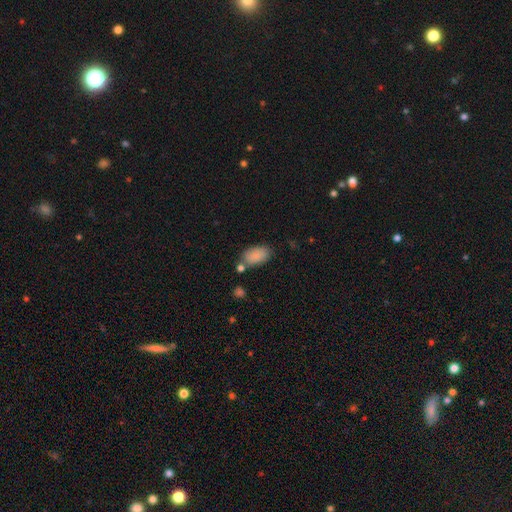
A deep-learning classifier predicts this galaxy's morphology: smooth_or_featured: smooth (p=0.87) [alt: star or artifact p=0.07]
how_rounded: in between (p=0.93) [alt: round p=0.05]
merging: none (p=0.68) [alt: minor disturbance p=0.16]